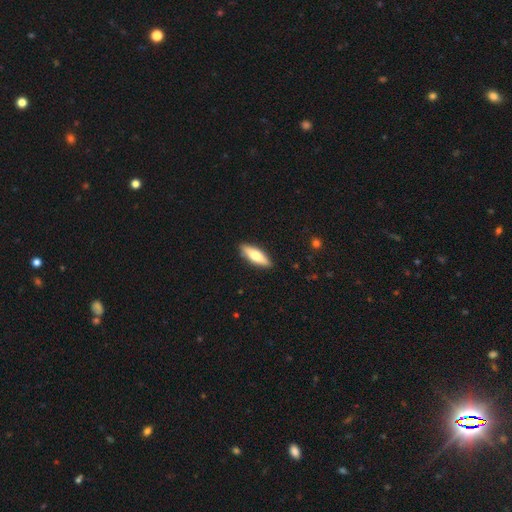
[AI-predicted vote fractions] This appears to be a smooth galaxy with no disk features (64%) that is cigar-shaped (51%). Merging: none (89%).